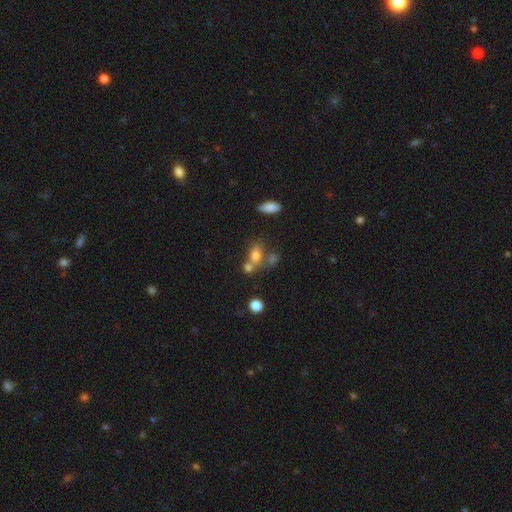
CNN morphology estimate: The model was most divided on "merging": merger: 44%, none: 37%, minor disturbance: 12%, major disturbance: 7%. More confident: smooth or featured — smooth (72%); how rounded — in between (64%).